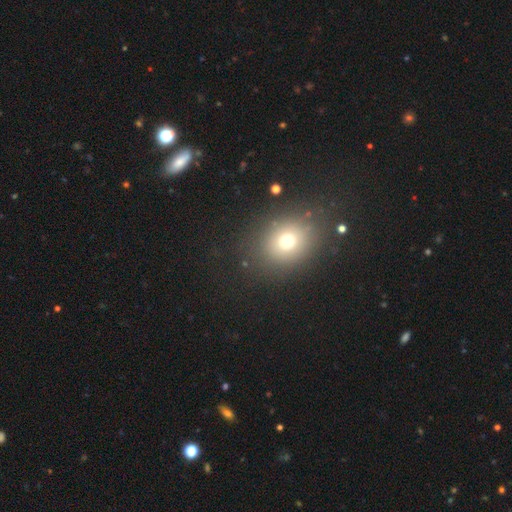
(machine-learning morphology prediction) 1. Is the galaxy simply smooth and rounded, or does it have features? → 61% smooth, 29% star or artifact, 10% featured or disk.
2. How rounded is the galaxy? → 57% round, 41% in between, 2% cigar-shaped.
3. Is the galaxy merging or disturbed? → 88% none, 7% minor disturbance, 3% major disturbance, 2% merger.